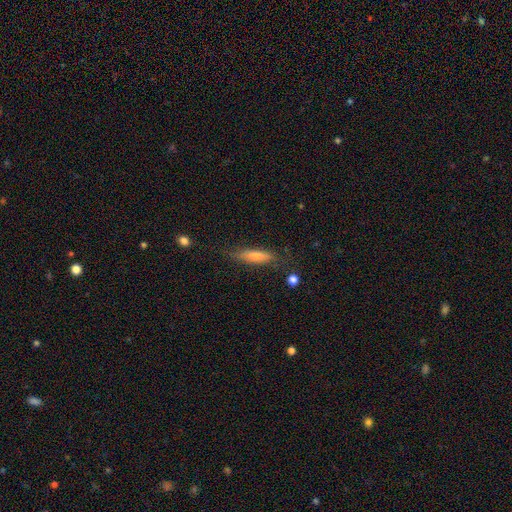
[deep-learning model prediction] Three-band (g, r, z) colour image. It shows a smooth galaxy with no disk features (66%) that is cigar-shaped (79%). Merging: none (74%).